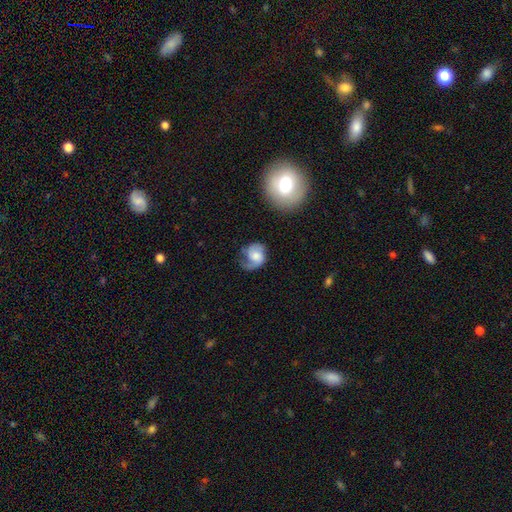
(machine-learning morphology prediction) Smooth or featured? featured or disk (55%)
Edge-on disk? no (97%)
Bar? no (68%)
Spiral arms? yes (88%)
Bulge size? moderate (42%)
Merging? none (43%)